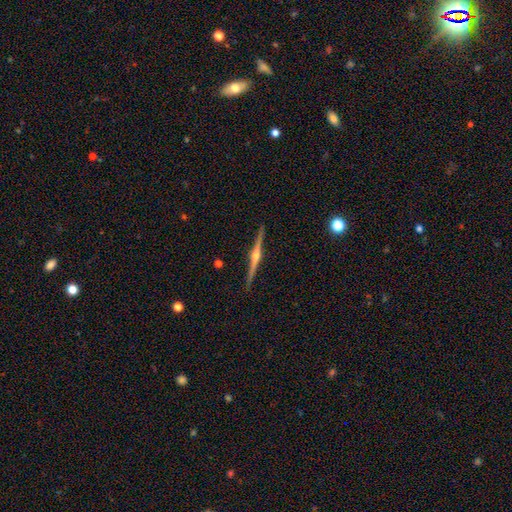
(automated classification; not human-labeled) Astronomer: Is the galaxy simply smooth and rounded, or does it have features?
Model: featured or disk — 88%.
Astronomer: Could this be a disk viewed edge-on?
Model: yes — 99%.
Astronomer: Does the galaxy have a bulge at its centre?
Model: rounded — 95%.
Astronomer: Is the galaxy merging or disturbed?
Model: none — 92%.